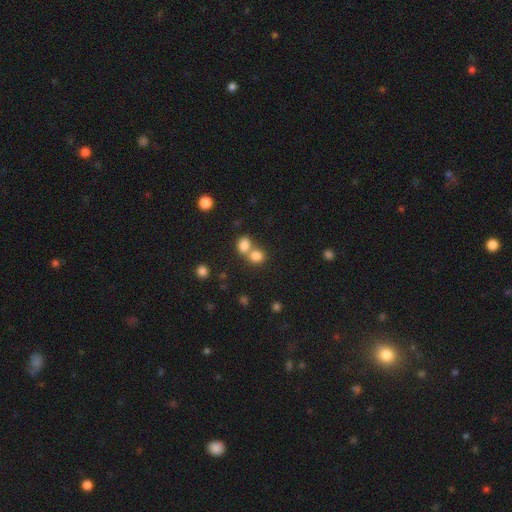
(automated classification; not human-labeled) Smooth or featured? smooth (80%)
How rounded? round (68%)
Merging? merger (54%)